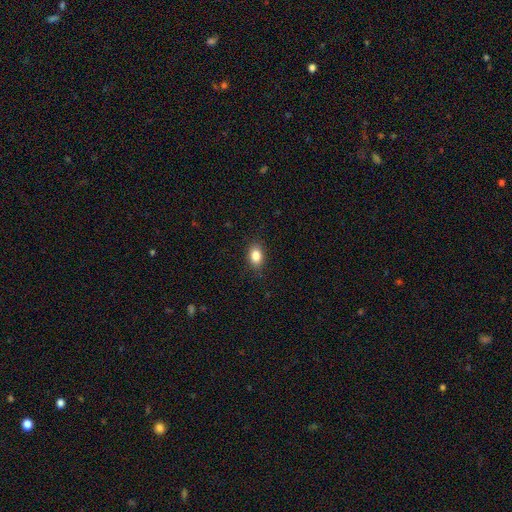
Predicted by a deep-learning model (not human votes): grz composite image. It shows a smooth galaxy with no disk features (85%) that is in between round and cigar-shaped (79%). Merging: none (87%).